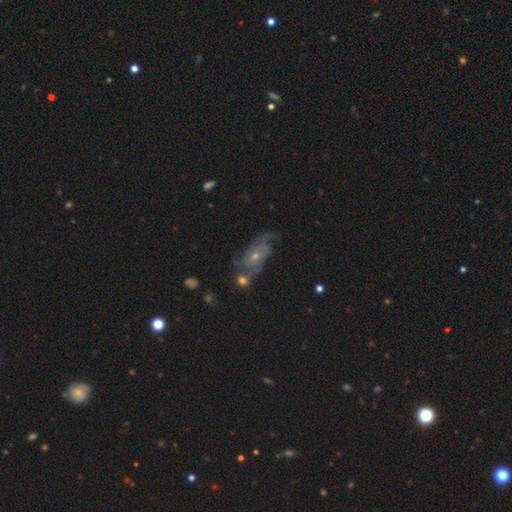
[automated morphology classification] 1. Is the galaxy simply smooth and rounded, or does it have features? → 79% featured or disk, 13% smooth, 8% star or artifact.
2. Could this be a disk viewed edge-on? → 95% no, 5% yes.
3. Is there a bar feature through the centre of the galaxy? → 73% no, 23% weak, 4% strong.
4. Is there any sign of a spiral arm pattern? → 92% yes, 8% no.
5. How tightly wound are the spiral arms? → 45% medium, 30% tight, 25% loose.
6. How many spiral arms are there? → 48% 2, 21% can't tell, 17% 3, 5% 4, 5% 1, 4% more than 4.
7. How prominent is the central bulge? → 58% small, 37% moderate, 2% none, 2% large, 1% dominant.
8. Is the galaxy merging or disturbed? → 53% none, 21% minor disturbance, 14% major disturbance, 12% merger.